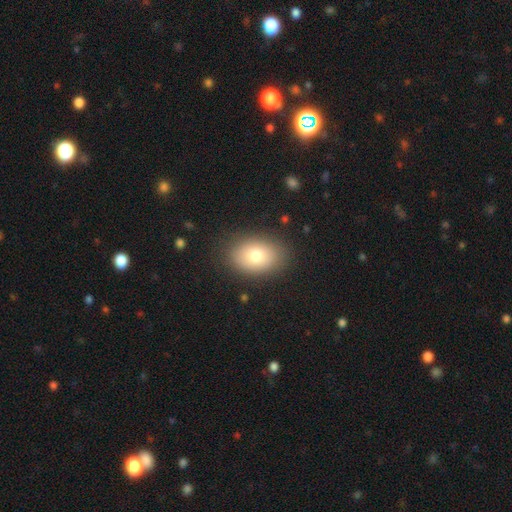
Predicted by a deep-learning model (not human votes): Smooth or featured?
  - smooth: 77% *
  - featured or disk: 13%
  - star or artifact: 9%
How rounded?
  - in between: 82% *
  - round: 17%
  - cigar-shaped: 1%
Merging?
  - none: 87% *
  - minor disturbance: 9%
  - major disturbance: 3%
  - merger: 1%